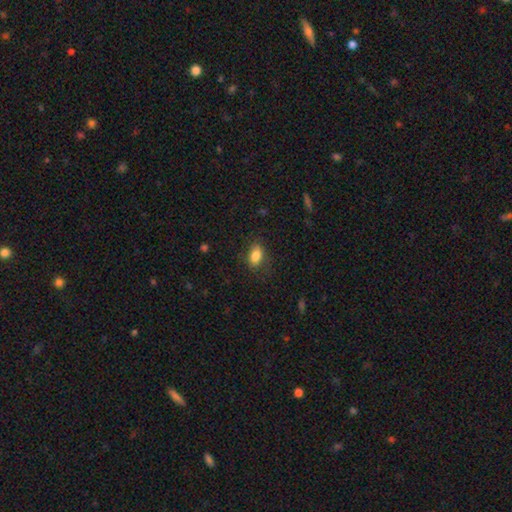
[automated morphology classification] smooth 84%, star or artifact 9%, featured or disk 7%. Down the decision tree: how rounded — in between (86%); merging — none (76%).